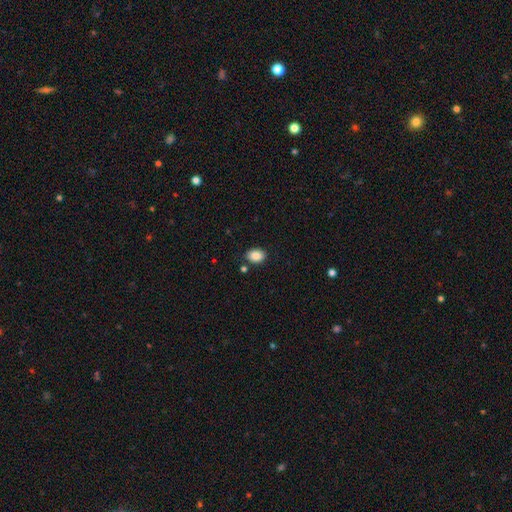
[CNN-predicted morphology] This is clearly a smooth galaxy (86%). How rounded: likely in between (74%). Merging: clearly none (84%).